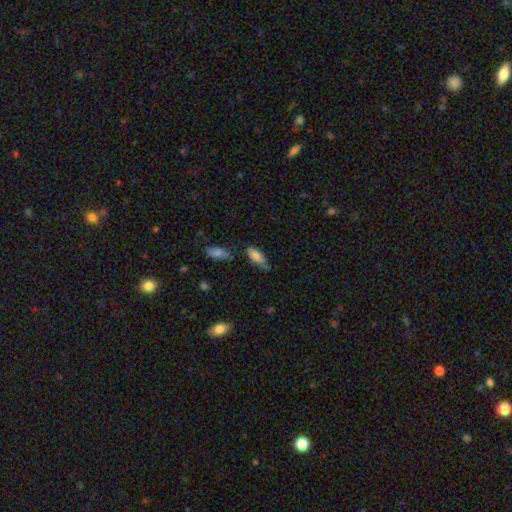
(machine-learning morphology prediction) smooth_or_featured: smooth (p=0.80) [alt: featured or disk p=0.13]
how_rounded: in between (p=0.79) [alt: cigar-shaped p=0.19]
merging: none (p=0.51) [alt: minor disturbance p=0.34]